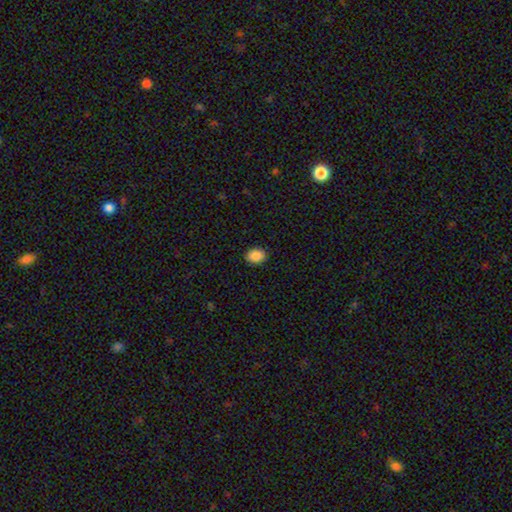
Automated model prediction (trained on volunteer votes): smooth-or-featured: smooth: 88% | star or artifact: 8% | featured or disk: 4%
  how-rounded: in between: 54% | round: 45% | cigar-shaped: 1%
  merging: none: 89% | minor disturbance: 8% | major disturbance: 2% | merger: 1%